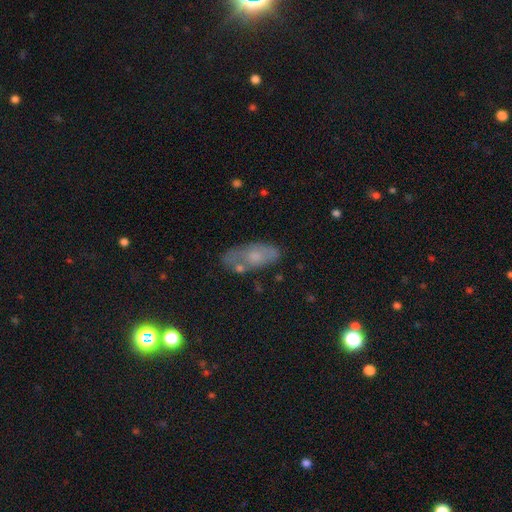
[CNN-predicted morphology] The model was most divided on "smooth or featured": smooth: 51%, featured or disk: 37%, star or artifact: 12%. More confident: how rounded — in between (81%); merging — none (57%).